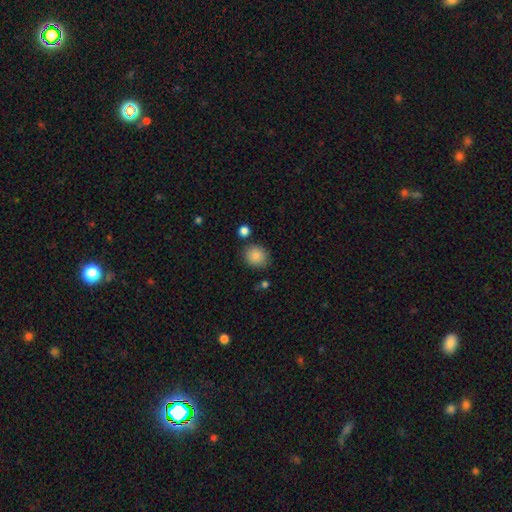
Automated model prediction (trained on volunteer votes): This is clearly a smooth galaxy (87%). How rounded: likely round (72%). Merging: clearly none (81%).